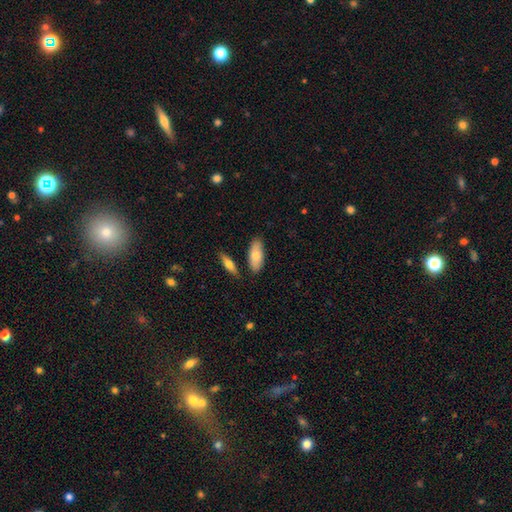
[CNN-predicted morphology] smooth 80%, featured or disk 15%, star or artifact 6%. Down the decision tree: how rounded — in between (82%); merging — none (79%).